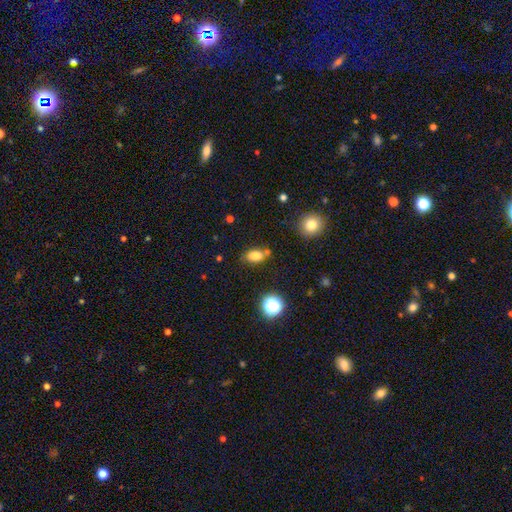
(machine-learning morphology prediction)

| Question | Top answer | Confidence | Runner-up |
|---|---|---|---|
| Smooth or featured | smooth | 78% | star or artifact (13%) |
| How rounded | in between | 82% | round (14%) |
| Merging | none | 65% | minor disturbance (17%) |